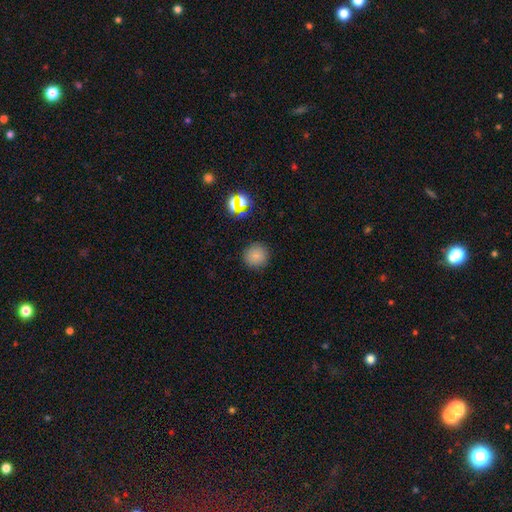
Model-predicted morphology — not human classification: smooth 78%, star or artifact 16%, featured or disk 6%. Down the decision tree: how rounded — round (93%); merging — none (89%).